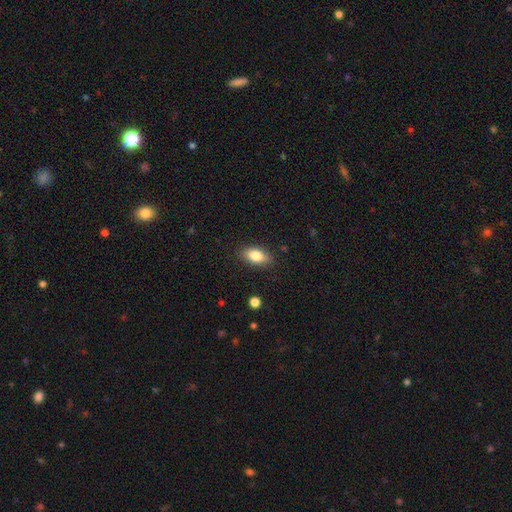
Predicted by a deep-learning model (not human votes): Q: Smooth or featured?
A: smooth (81%); runner-up: featured or disk (11%)
Q: How rounded?
A: in between (88%); runner-up: round (6%)
Q: Merging?
A: none (86%); runner-up: minor disturbance (10%)